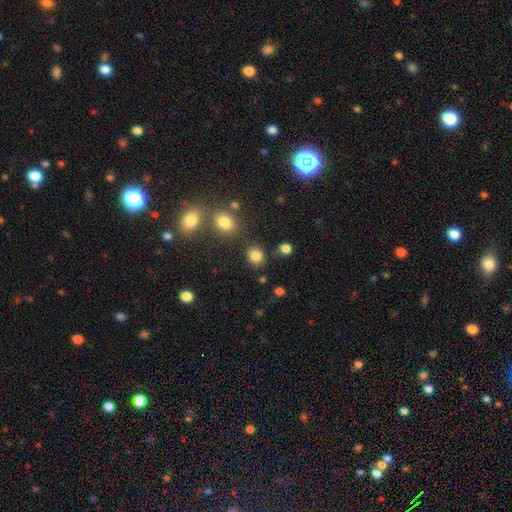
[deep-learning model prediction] Smooth or featured? smooth (83%)
How rounded? round (79%)
Merging? none (82%)